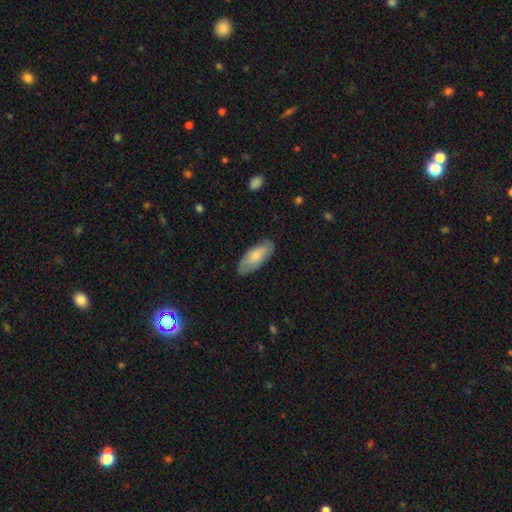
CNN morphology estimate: The model was most divided on "smooth or featured": smooth: 74%, featured or disk: 21%, star or artifact: 6%. More confident: how rounded — in between (83%); merging — none (78%).